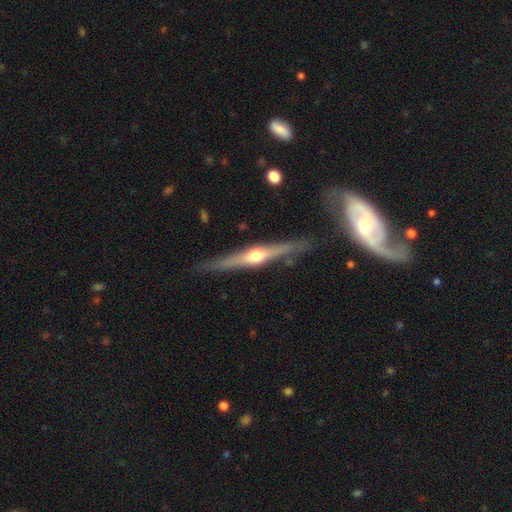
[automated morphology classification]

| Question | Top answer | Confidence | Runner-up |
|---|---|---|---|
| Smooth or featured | featured or disk | 75% | smooth (20%) |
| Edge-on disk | yes | 97% | no (3%) |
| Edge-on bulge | rounded | 93% | boxy (4%) |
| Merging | none | 85% | minor disturbance (11%) |